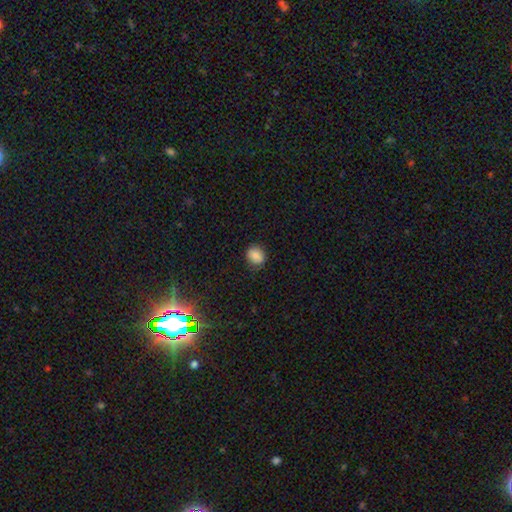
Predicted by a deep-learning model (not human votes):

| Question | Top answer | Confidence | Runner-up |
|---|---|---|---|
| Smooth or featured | smooth | 85% | star or artifact (10%) |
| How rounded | round | 65% | in between (34%) |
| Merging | none | 81% | minor disturbance (15%) |